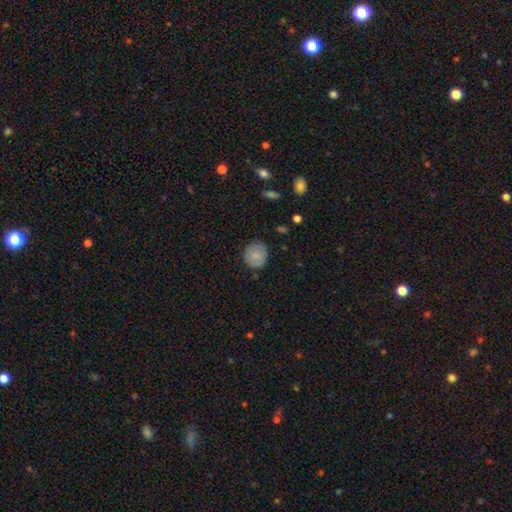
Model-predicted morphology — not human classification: Overall: smooth (82%). How rounded: round (82%). Merging: none (80%).